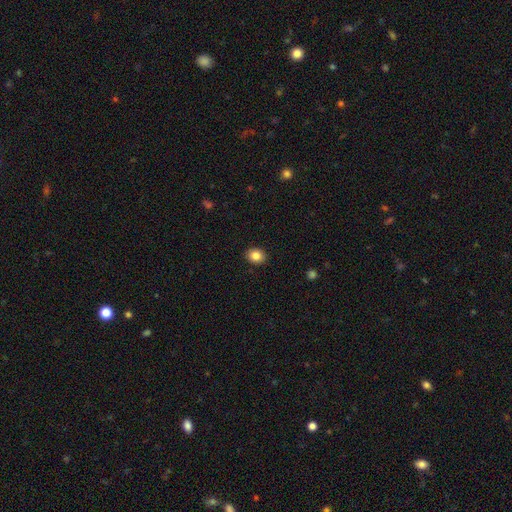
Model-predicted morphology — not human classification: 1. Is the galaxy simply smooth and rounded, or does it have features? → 85% smooth, 9% star or artifact, 6% featured or disk.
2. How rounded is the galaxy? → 52% round, 47% in between, 1% cigar-shaped.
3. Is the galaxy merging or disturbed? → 91% none, 7% minor disturbance, 2% major disturbance, 1% merger.